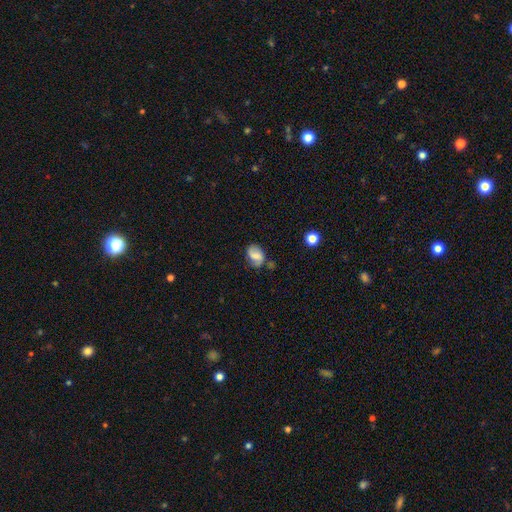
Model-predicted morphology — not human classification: smooth_or_featured: smooth (p=0.53) [alt: featured or disk p=0.38]
how_rounded: in between (p=0.71) [alt: round p=0.27]
merging: none (p=0.58) [alt: minor disturbance p=0.26]